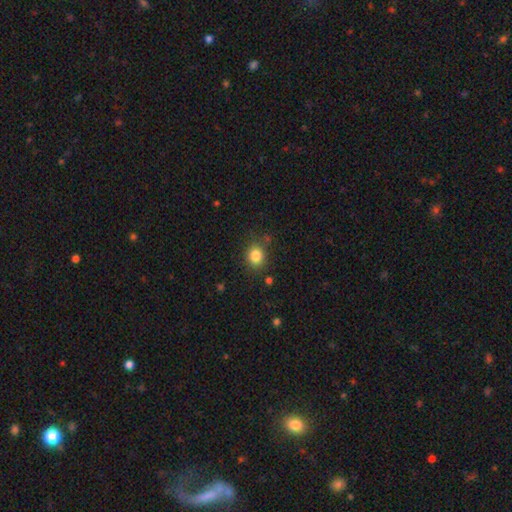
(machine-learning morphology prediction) smooth 83%, star or artifact 11%, featured or disk 5%. Down the decision tree: how rounded — round (74%); merging — none (81%).